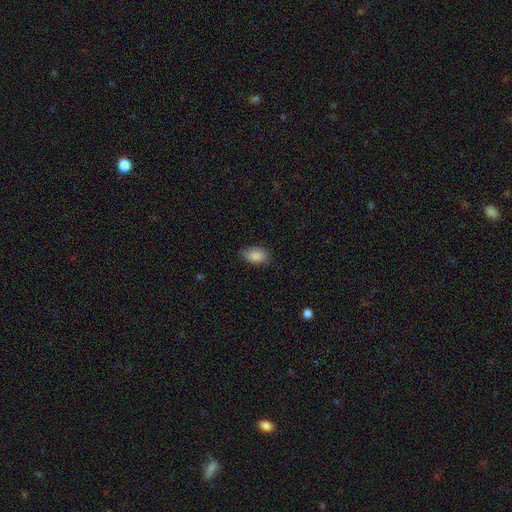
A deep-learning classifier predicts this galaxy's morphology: Overall: smooth (88%). How rounded: in between (89%). Merging: none (80%).